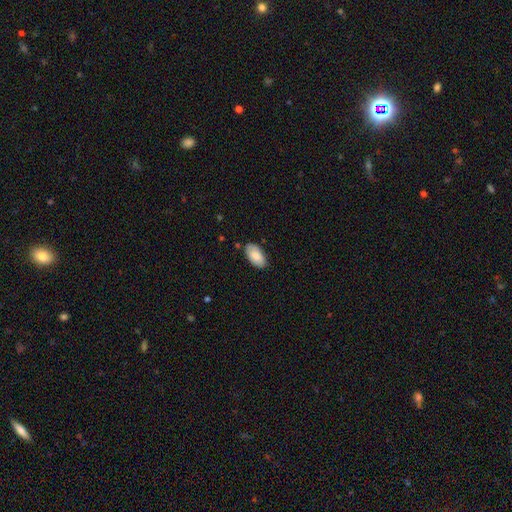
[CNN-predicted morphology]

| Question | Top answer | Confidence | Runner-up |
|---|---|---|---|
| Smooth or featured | smooth | 86% | featured or disk (8%) |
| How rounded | in between | 95% | round (2%) |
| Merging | none | 81% | minor disturbance (15%) |